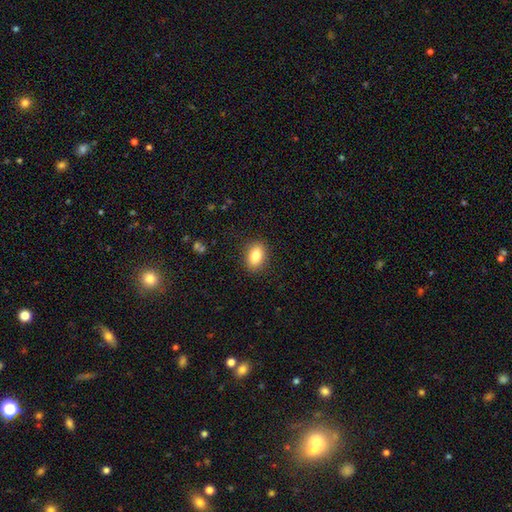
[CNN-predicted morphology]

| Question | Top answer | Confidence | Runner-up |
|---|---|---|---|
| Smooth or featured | smooth | 83% | featured or disk (9%) |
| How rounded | in between | 82% | round (16%) |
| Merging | none | 88% | minor disturbance (9%) |